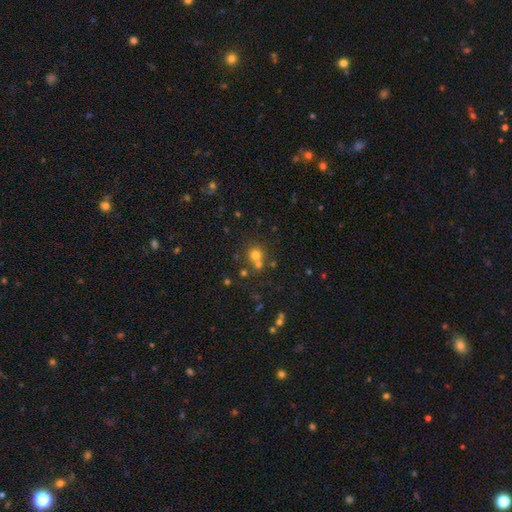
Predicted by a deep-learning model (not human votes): A smooth galaxy with no disk features (69%) that is round (88%). Merging: none (57%).